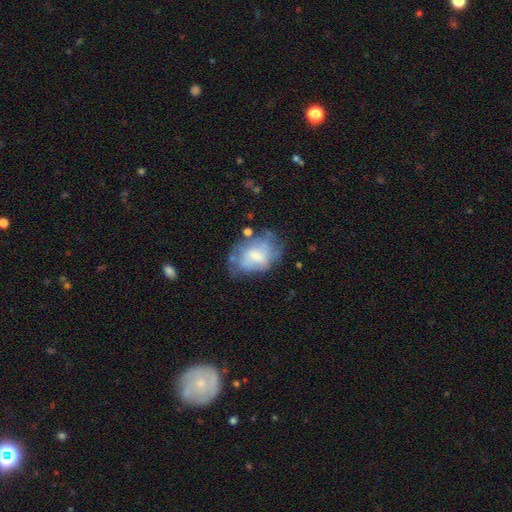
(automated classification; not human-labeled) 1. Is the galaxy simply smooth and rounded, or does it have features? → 46% smooth (tied), 46% featured or disk (tied), 8% star or artifact.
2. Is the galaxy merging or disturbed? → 48% none, 29% minor disturbance, 17% major disturbance, 6% merger.